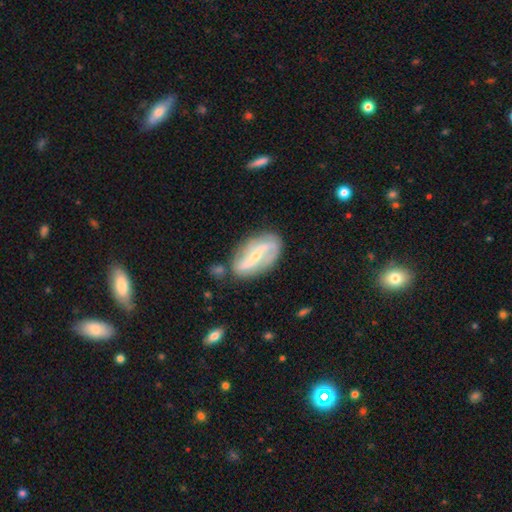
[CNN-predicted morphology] The model was most divided on "spiral winding": loose: 49%, medium: 32%, tight: 18%. More confident: edge-on disk — no (93%); spiral arms — yes (87%); spiral arm count — 2 (86%); smooth or featured — featured or disk (81%); merging — none (74%); bulge size — small (67%); bar — strong (56%).